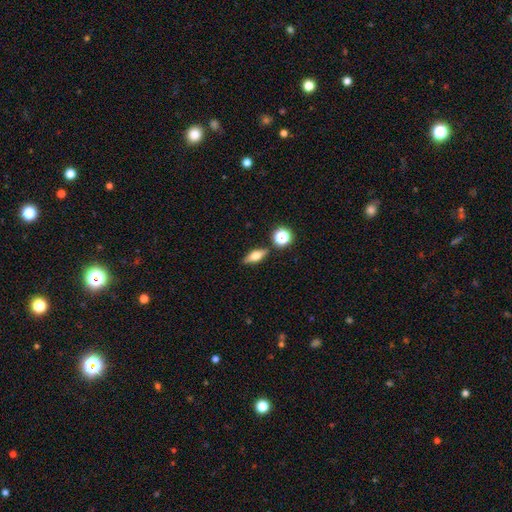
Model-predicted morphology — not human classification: Smooth or featured?
  - smooth: 51% *
  - featured or disk: 39%
  - star or artifact: 10%
How rounded?
  - in between: 58% *
  - cigar-shaped: 32%
  - round: 10%
Merging?
  - none: 83% *
  - minor disturbance: 9%
  - merger: 5%
  - major disturbance: 2%